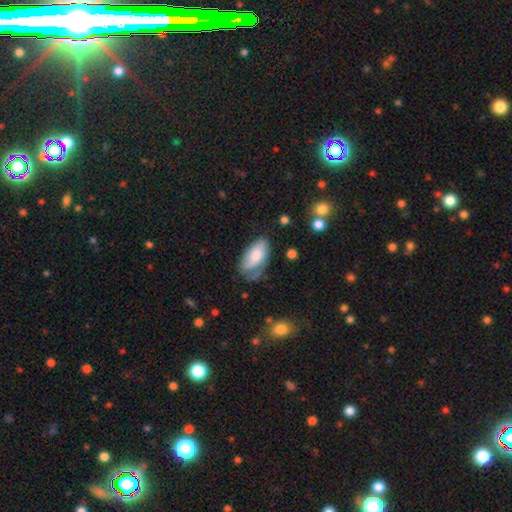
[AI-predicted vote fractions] Overall: smooth (67%). How rounded: in between (92%). Merging: none (50%; minor disturbance 32%).